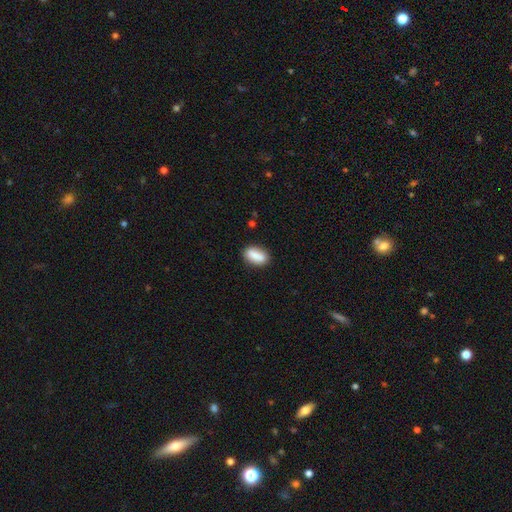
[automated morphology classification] smooth_or_featured: smooth (p=0.84) [alt: featured or disk p=0.09]
how_rounded: in between (p=0.83) [alt: cigar-shaped p=0.11]
merging: none (p=0.85) [alt: minor disturbance p=0.11]